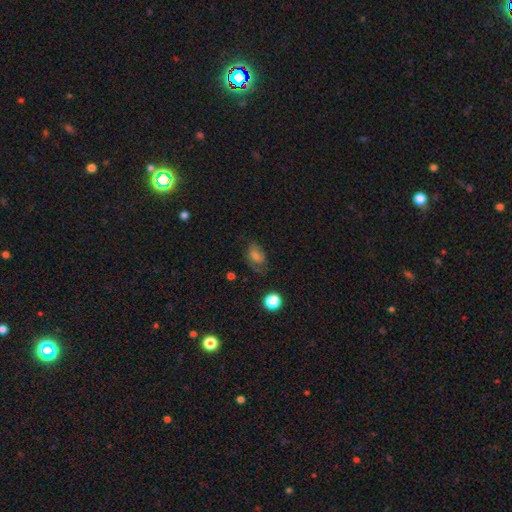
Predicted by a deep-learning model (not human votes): smooth_or_featured: smooth (p=0.60) [alt: featured or disk p=0.21]
how_rounded: in between (p=0.79) [alt: round p=0.19]
merging: none (p=0.58) [alt: minor disturbance p=0.26]